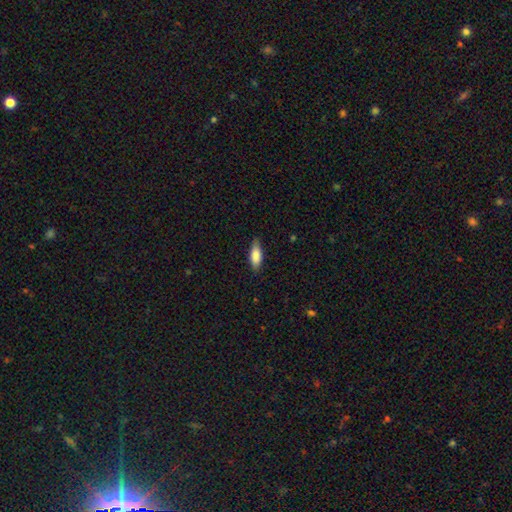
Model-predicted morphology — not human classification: Smooth or featured? Predicted: smooth (p=0.83). How rounded? Predicted: in between (p=0.66). Merging? Predicted: none (p=0.81).